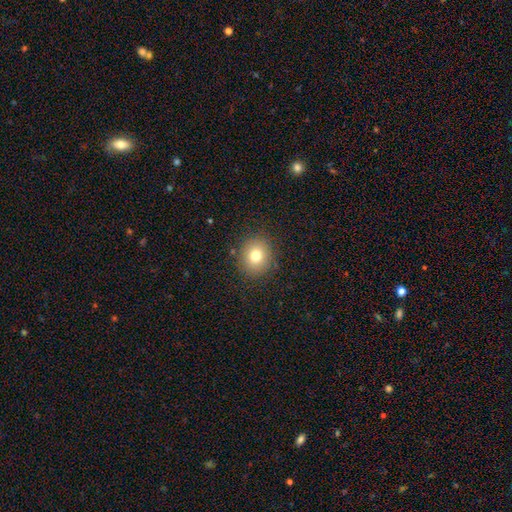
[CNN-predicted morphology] type=smooth (77%); roundness=round (76%); merging=none (88%).